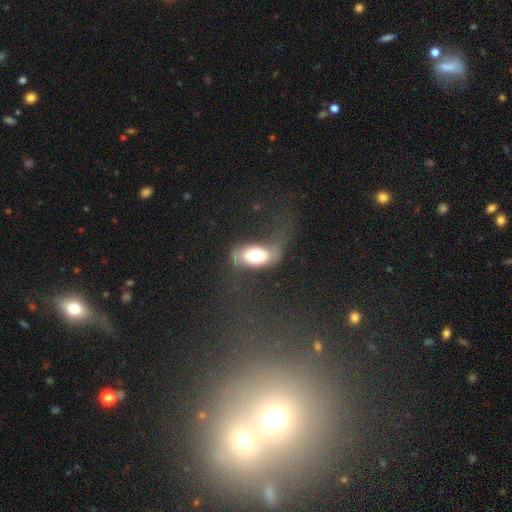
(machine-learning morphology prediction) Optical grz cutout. It shows a smooth galaxy with no disk features (63%) that is in between round and cigar-shaped (88%). Merging: none (36%).